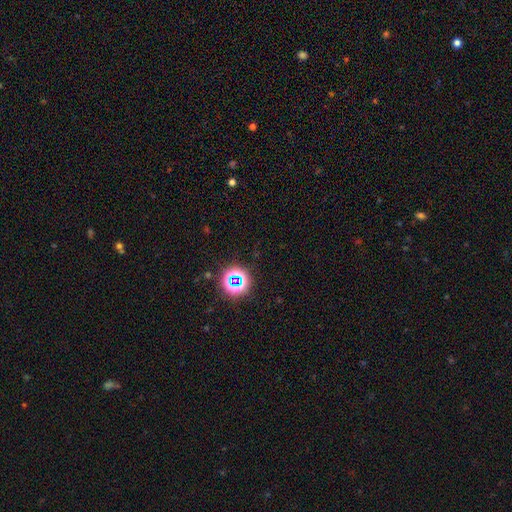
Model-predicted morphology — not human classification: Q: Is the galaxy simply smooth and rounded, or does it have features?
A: star or artifact — 73%.